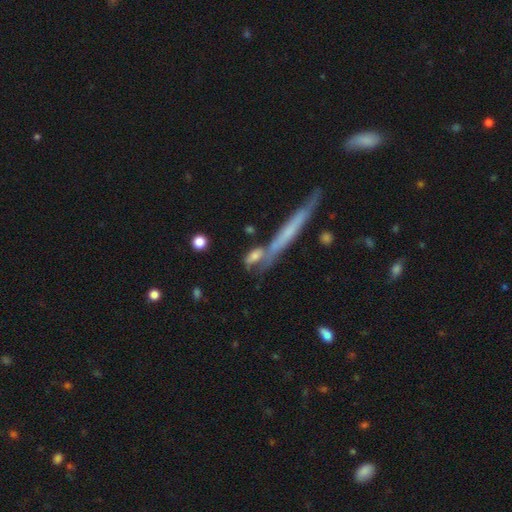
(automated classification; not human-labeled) smooth_or_featured: smooth (p=0.51) [alt: featured or disk p=0.40]
how_rounded: cigar-shaped (p=0.52) [alt: in between p=0.33]
merging: none (p=0.48) [alt: merger p=0.27]